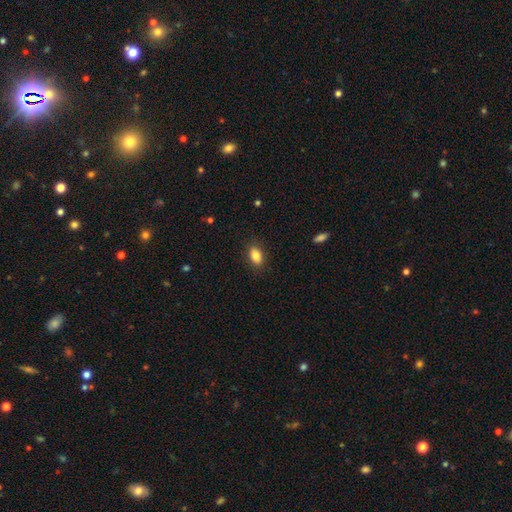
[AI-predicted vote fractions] Q: Smooth or featured?
A: smooth (85%); runner-up: star or artifact (8%)
Q: How rounded?
A: in between (87%); runner-up: round (11%)
Q: Merging?
A: none (86%); runner-up: minor disturbance (10%)